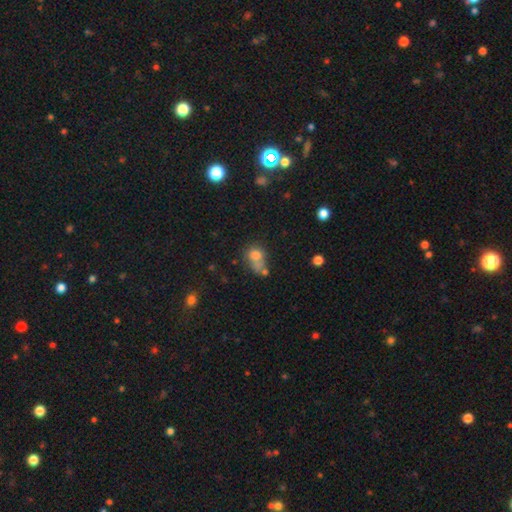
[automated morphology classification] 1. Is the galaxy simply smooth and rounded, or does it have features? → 71% smooth, 15% featured or disk, 14% star or artifact.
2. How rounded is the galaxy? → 53% round, 46% in between, 2% cigar-shaped.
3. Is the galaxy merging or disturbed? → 40% merger, 29% none, 17% minor disturbance, 14% major disturbance.